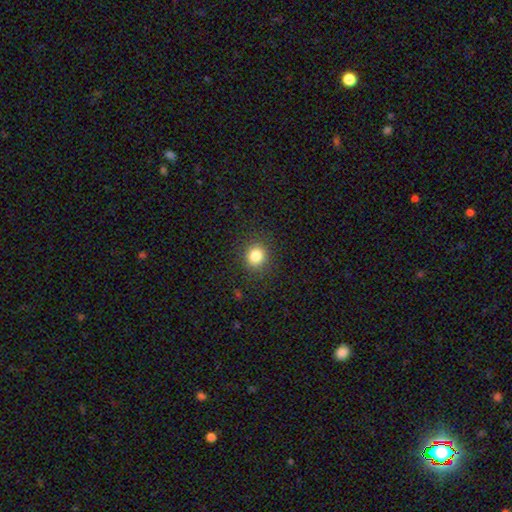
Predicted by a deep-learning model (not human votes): smooth 83%, star or artifact 12%, featured or disk 5%. Down the decision tree: how rounded — round (87%); merging — none (89%).